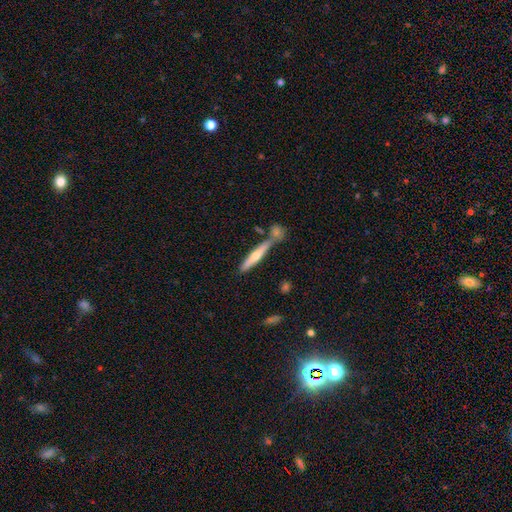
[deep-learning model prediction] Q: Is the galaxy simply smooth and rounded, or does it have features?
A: featured or disk — 54%.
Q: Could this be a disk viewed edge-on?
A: yes — 94%.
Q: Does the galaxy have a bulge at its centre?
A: rounded — 83%.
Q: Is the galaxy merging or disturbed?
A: none — 69%.